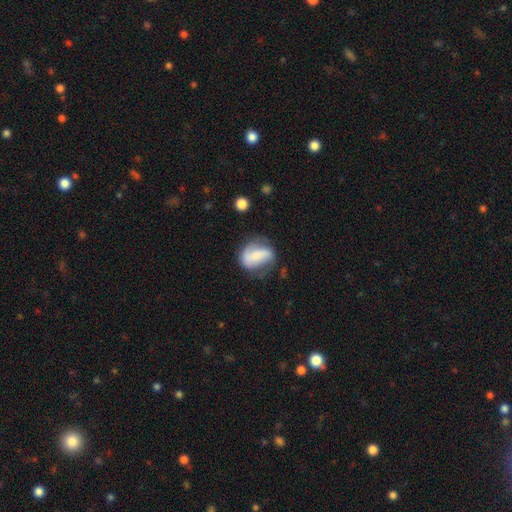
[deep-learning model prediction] The model was most divided on "smooth or featured": featured or disk: 50%, smooth: 42%, star or artifact: 8%. More confident: edge-on disk — no (95%); merging — none (51%).